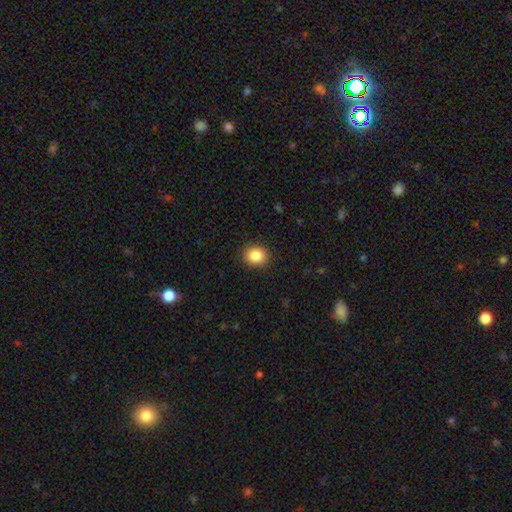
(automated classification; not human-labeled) Smooth or featured? Predicted: smooth (p=0.85). How rounded? Predicted: round (p=0.71). Merging? Predicted: none (p=0.90).